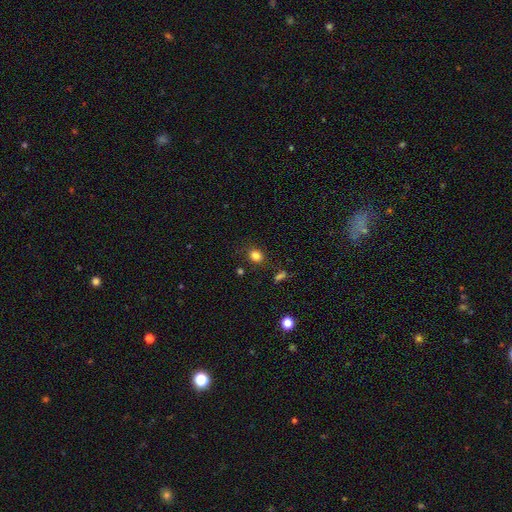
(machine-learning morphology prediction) Smooth or featured?
  - smooth: 82% *
  - star or artifact: 13%
  - featured or disk: 5%
How rounded?
  - round: 55% *
  - in between: 44%
  - cigar-shaped: 1%
Merging?
  - none: 81% *
  - minor disturbance: 12%
  - major disturbance: 4%
  - merger: 3%